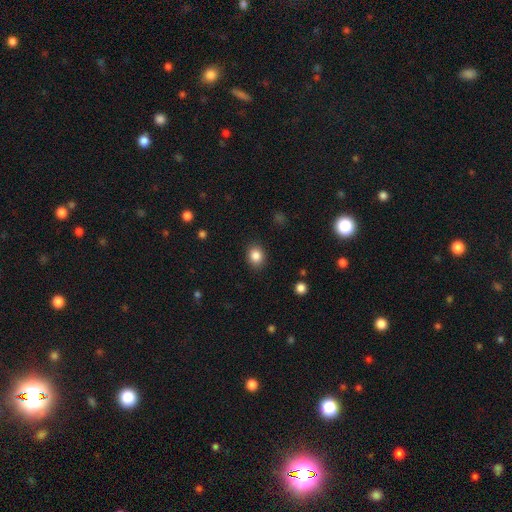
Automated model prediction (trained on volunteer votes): smooth_or_featured: smooth (p=0.85) [alt: star or artifact p=0.10]
how_rounded: round (p=0.58) [alt: in between p=0.41]
merging: none (p=0.88) [alt: minor disturbance p=0.08]